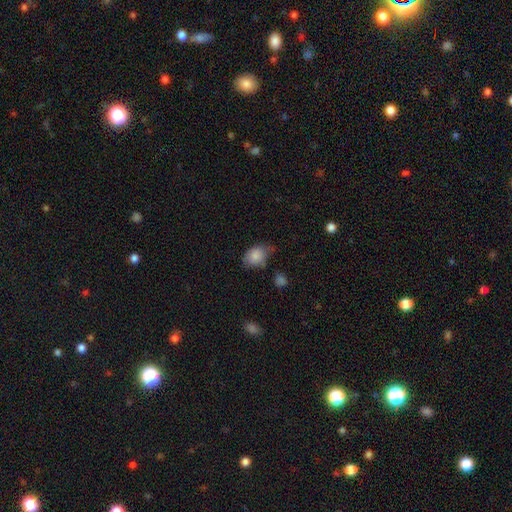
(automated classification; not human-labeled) smooth_or_featured: smooth (p=0.84) [alt: star or artifact p=0.08]
how_rounded: in between (p=0.70) [alt: round p=0.29]
merging: none (p=0.50) [alt: minor disturbance p=0.37]